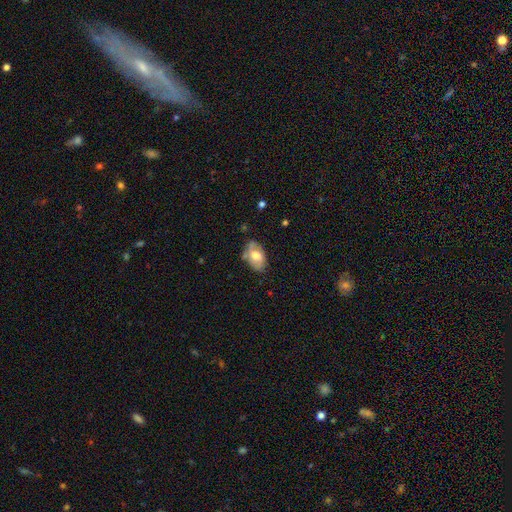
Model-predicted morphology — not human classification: This appears to be a smooth galaxy with no disk features (61%) that is in between round and cigar-shaped (90%). Merging: none (63%).